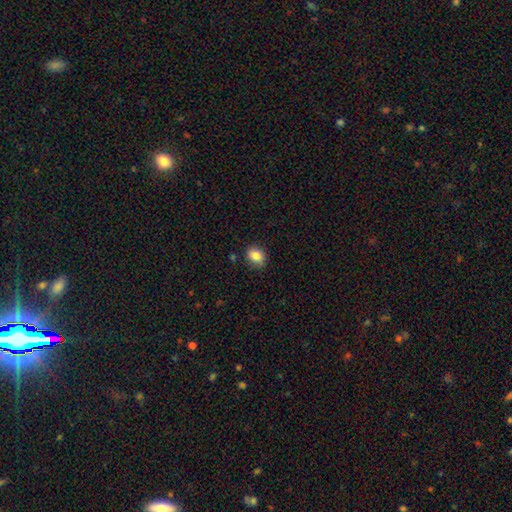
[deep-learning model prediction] The model was most divided on "how rounded": in between: 54%, round: 45%, cigar-shaped: 1%. More confident: smooth or featured — smooth (84%); merging — none (83%).